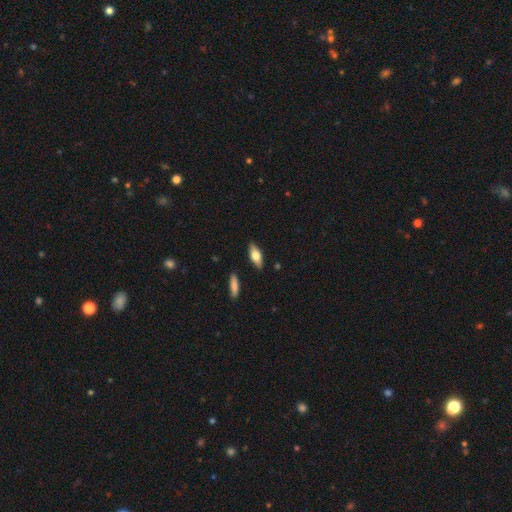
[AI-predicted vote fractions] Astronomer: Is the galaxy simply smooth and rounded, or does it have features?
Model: smooth — 63%.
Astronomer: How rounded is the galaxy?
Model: in between — 75%.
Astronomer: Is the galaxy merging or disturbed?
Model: none — 86%.